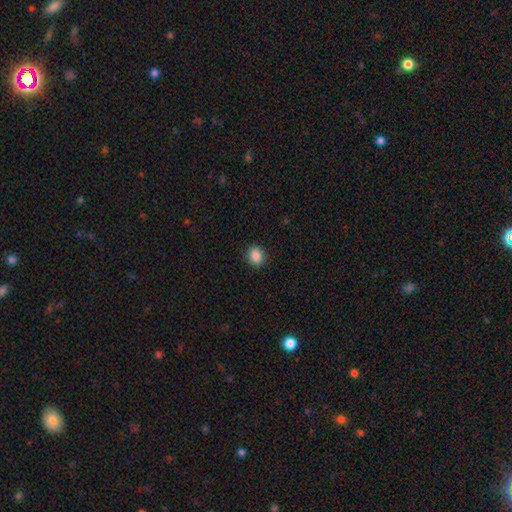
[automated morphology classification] A smooth galaxy with no disk features (86%) that is round (68%).

Vote fractions:
- Smooth or featured? smooth: 86% / star or artifact: 10% / featured or disk: 4%
- How rounded? round: 68% / in between: 31% / cigar-shaped: 1%
- Merging? none: 90% / minor disturbance: 7% / major disturbance: 2% / merger: 1%